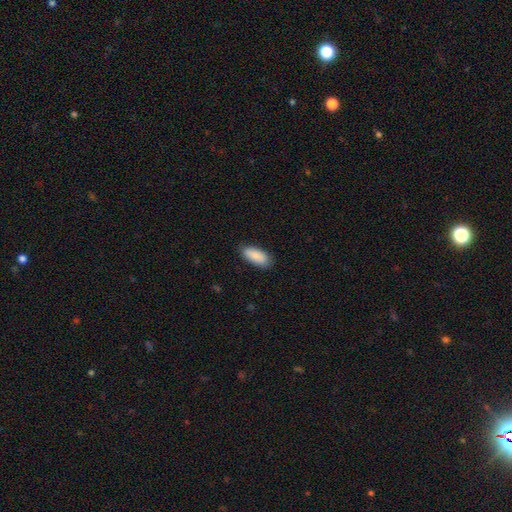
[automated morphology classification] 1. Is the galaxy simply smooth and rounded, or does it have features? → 88% smooth, 6% star or artifact, 6% featured or disk.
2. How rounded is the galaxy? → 86% in between, 12% cigar-shaped, 2% round.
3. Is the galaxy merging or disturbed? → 85% none, 12% minor disturbance, 2% major disturbance, 1% merger.